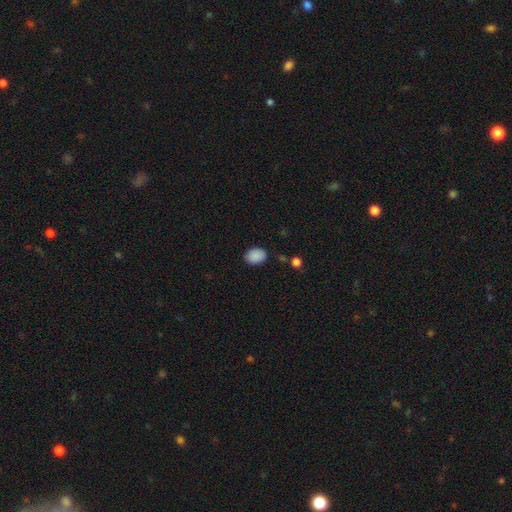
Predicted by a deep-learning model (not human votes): Q: Smooth or featured?
A: smooth (88%); runner-up: star or artifact (9%)
Q: How rounded?
A: in between (70%); runner-up: round (29%)
Q: Merging?
A: none (82%); runner-up: minor disturbance (13%)